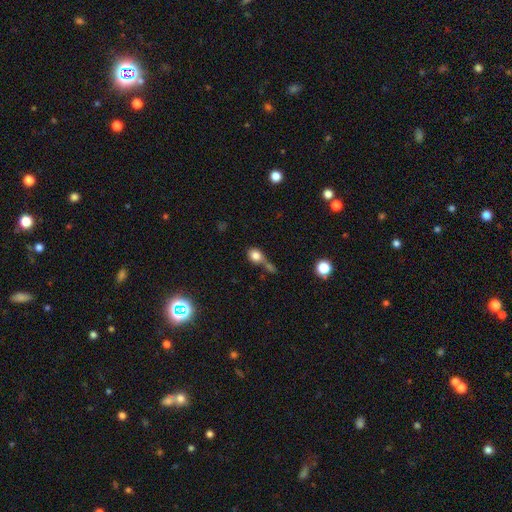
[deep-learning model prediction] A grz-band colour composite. It shows a smooth galaxy with no disk features (80%) that is round (54%). Merging: merger (41%).